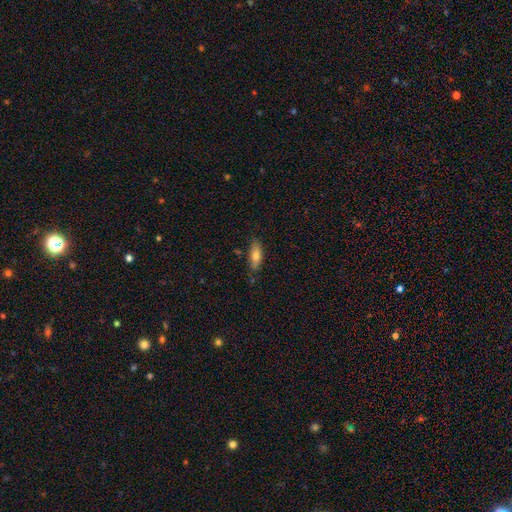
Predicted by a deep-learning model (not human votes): Morphology: type=smooth (74%); roundness=in between (65%); merging=none (76%).